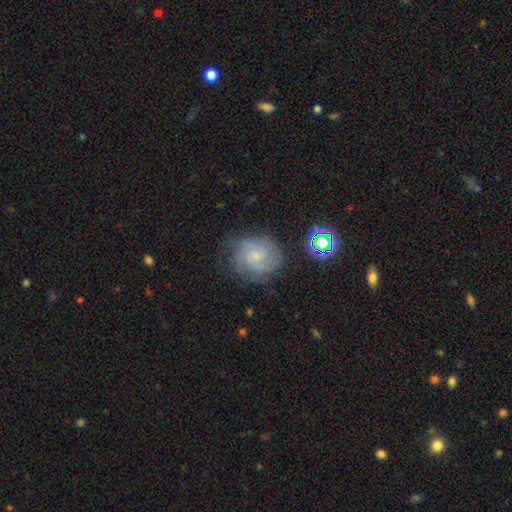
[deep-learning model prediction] A featured or disk galaxy (54%) with no bar (72%), spiral arms (89%) and a small central bulge (72%). Merging: none (73%).